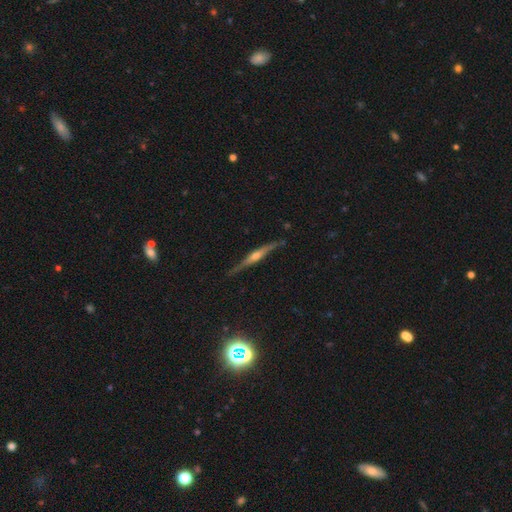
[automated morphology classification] The model was most divided on "smooth or featured": featured or disk: 81%, smooth: 11%, star or artifact: 8%. More confident: edge-on disk — yes (97%); merging — none (86%); edge-on bulge — rounded (85%).